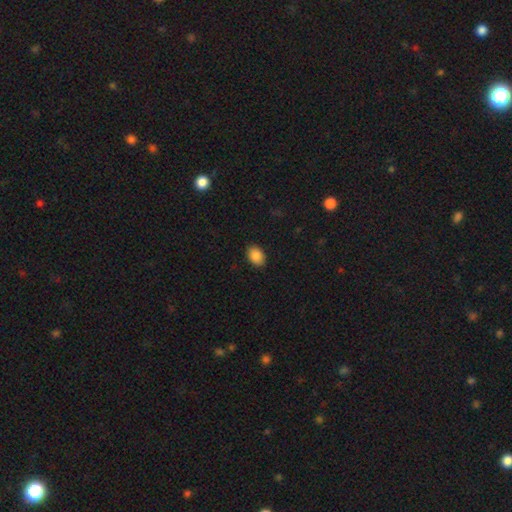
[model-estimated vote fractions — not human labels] A smooth galaxy with no disk features (88%) that is in between round and cigar-shaped (82%).

Vote fractions:
- Smooth or featured? smooth: 88% / star or artifact: 8% / featured or disk: 4%
- How rounded? in between: 82% / round: 17% / cigar-shaped: 1%
- Merging? none: 89% / minor disturbance: 8% / major disturbance: 2% / merger: 1%